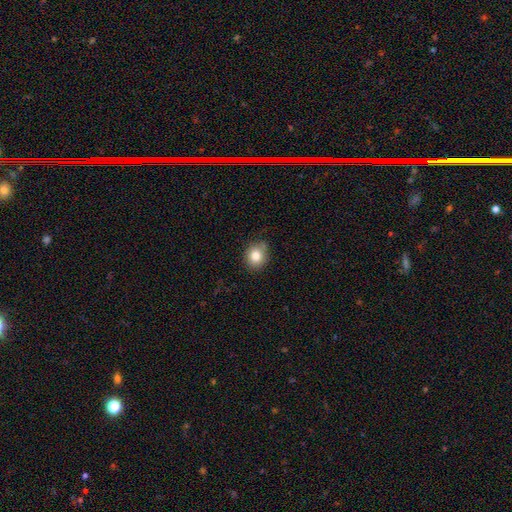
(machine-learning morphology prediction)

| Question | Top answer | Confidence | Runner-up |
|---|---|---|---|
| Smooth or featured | smooth | 83% | star or artifact (10%) |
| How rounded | round | 73% | in between (26%) |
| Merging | none | 79% | minor disturbance (16%) |